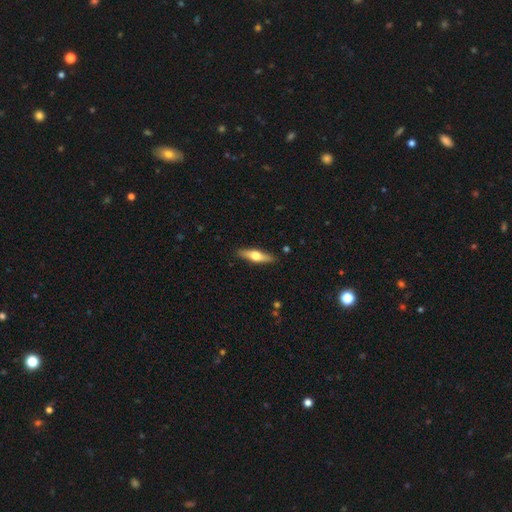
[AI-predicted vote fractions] Q: Smooth or featured?
A: featured or disk (52%); runner-up: smooth (42%)
Q: Edge-on disk?
A: yes (93%); runner-up: no (7%)
Q: Merging?
A: none (89%); runner-up: minor disturbance (8%)